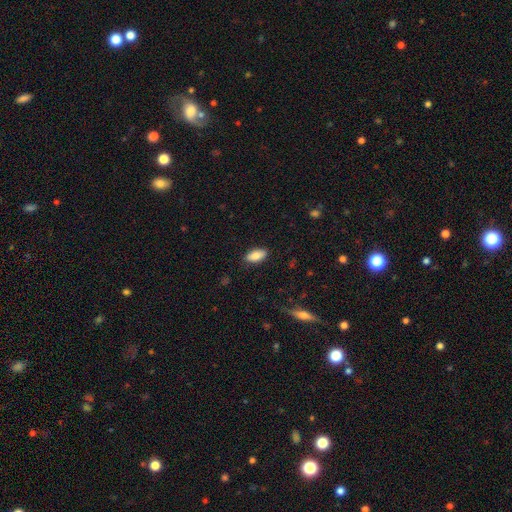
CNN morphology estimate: The model was most divided on "smooth or featured": smooth: 84%, featured or disk: 9%, star or artifact: 7%. More confident: how rounded — in between (89%); merging — none (87%).